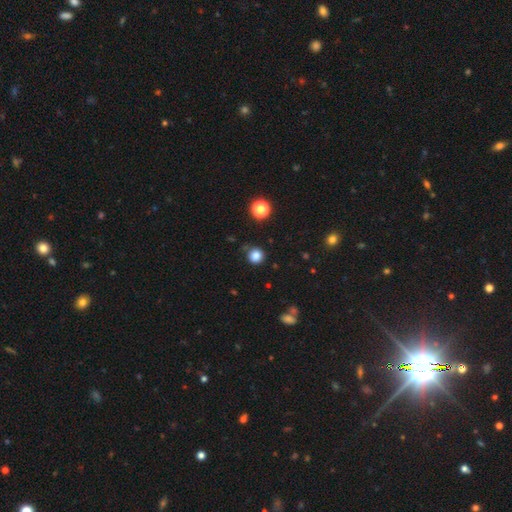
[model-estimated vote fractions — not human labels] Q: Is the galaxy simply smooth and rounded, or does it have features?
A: smooth — 83%.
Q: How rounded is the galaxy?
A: round — 91%.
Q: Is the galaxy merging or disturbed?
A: none — 83%.